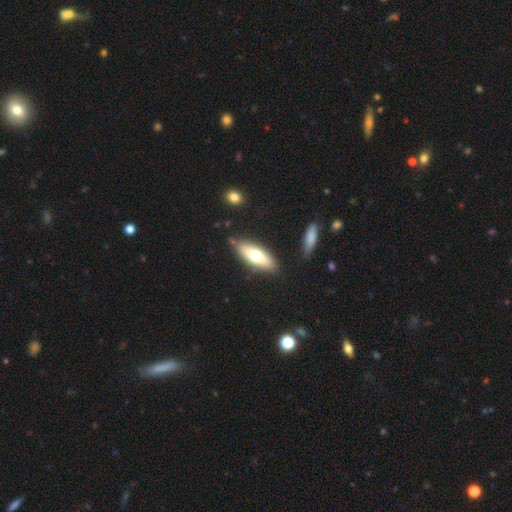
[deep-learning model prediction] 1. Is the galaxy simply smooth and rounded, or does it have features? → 63% smooth, 31% featured or disk, 6% star or artifact.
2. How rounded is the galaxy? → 61% in between, 37% cigar-shaped, 2% round.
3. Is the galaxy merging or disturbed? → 82% none, 12% minor disturbance, 4% merger, 3% major disturbance.